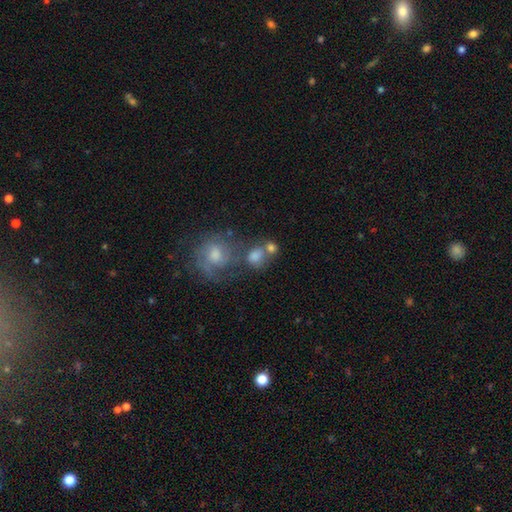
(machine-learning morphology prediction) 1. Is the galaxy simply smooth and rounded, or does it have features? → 71% smooth, 18% featured or disk, 11% star or artifact.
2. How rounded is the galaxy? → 62% round, 37% in between, 2% cigar-shaped.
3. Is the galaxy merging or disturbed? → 38% merger (tied), 38% none (tied), 14% minor disturbance, 10% major disturbance.